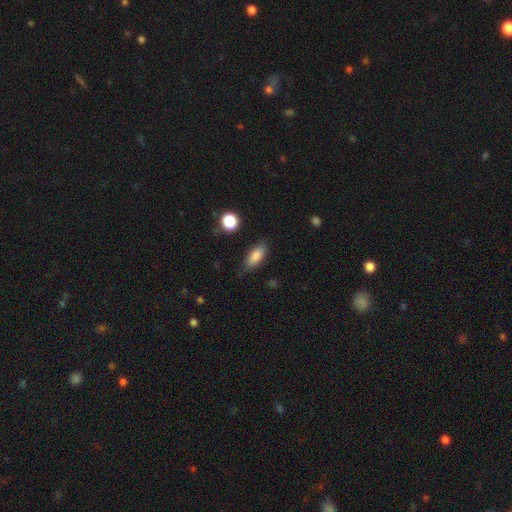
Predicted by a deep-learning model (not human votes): Q: Smooth or featured?
A: smooth (84%); runner-up: featured or disk (8%)
Q: How rounded?
A: in between (82%); runner-up: cigar-shaped (14%)
Q: Merging?
A: none (80%); runner-up: minor disturbance (15%)